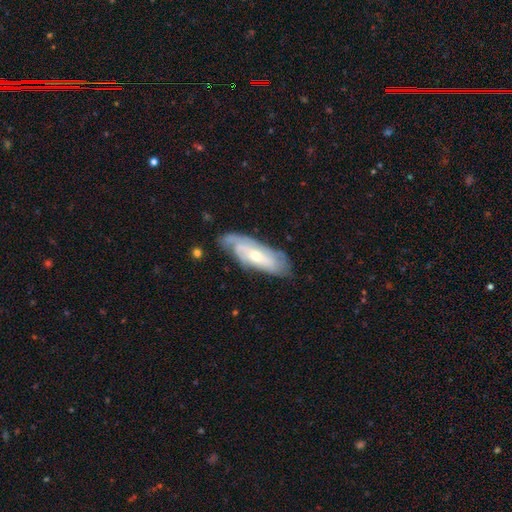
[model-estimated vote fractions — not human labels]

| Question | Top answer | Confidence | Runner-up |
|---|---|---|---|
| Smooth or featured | featured or disk | 74% | smooth (20%) |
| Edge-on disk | no | 85% | yes (15%) |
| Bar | no | 57% | weak (31%) |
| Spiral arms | yes | 89% | no (11%) |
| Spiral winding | tight | 60% | medium (30%) |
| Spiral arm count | can't tell | 44% | 2 (29%) |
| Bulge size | moderate | 51% | small (45%) |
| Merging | none | 67% | minor disturbance (23%) |